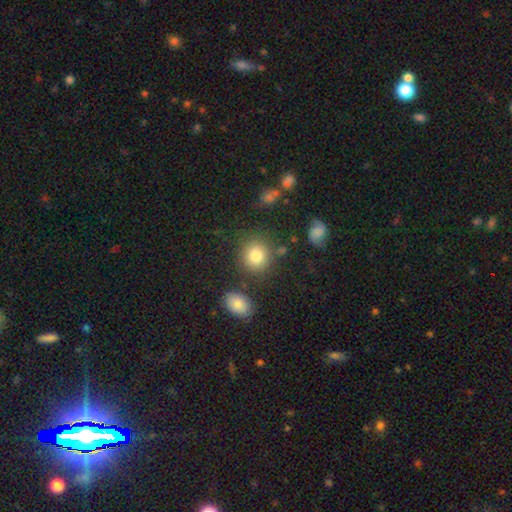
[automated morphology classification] Overall: smooth (81%). How rounded: round (84%). Merging: none (81%).